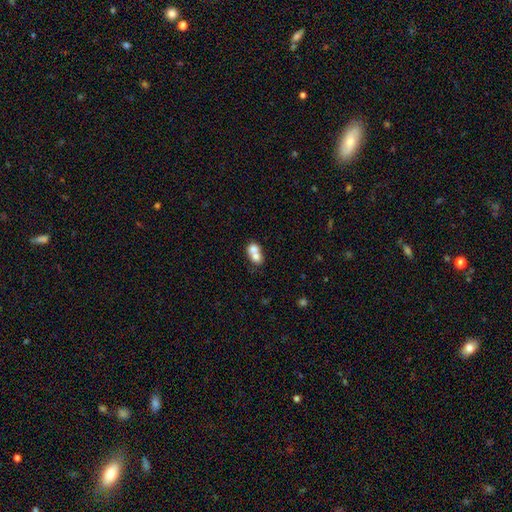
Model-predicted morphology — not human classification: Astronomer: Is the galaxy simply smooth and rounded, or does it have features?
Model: smooth — 69%.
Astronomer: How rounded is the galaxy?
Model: in between — 51% (runner-up: round, 48%).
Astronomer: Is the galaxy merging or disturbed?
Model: merger — 74%.